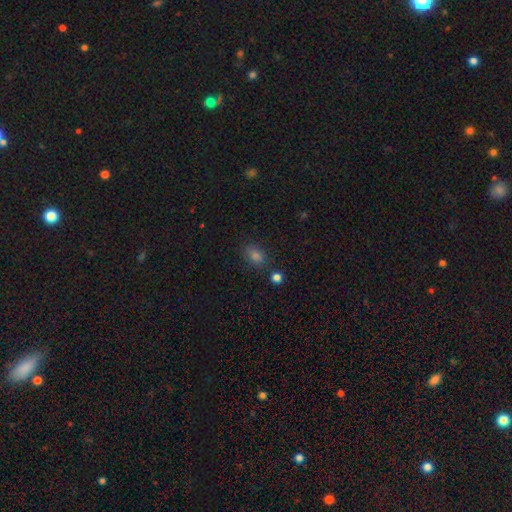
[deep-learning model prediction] The model was most divided on "how rounded": in between: 69%, round: 30%, cigar-shaped: 2%. More confident: merging — none (81%); smooth or featured — smooth (74%).